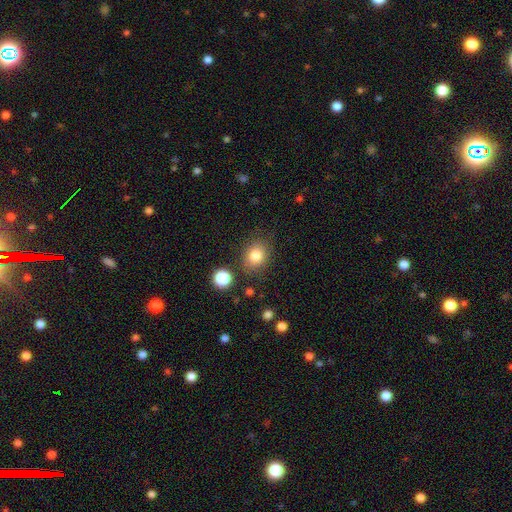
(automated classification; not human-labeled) Morphology: type=smooth (82%); roundness=round (57%); merging=none (79%).